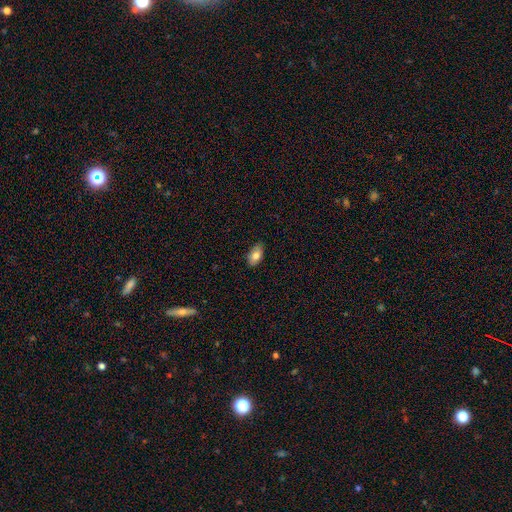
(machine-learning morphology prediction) A smooth galaxy with no disk features (79%) that is in between round and cigar-shaped (93%). Merging: none (85%).